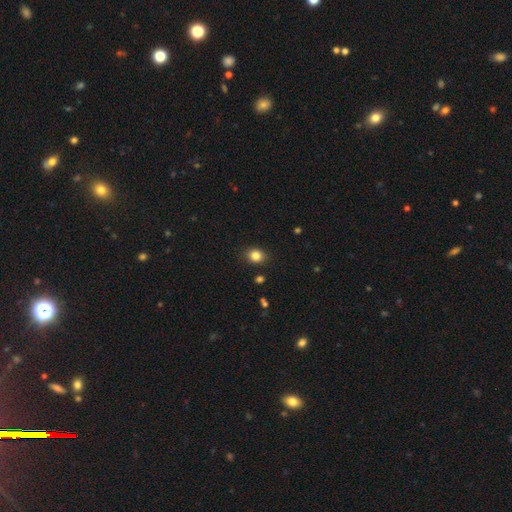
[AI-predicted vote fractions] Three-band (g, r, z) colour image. It shows a smooth galaxy with no disk features (84%) that is round (57%). Merging: none (86%).